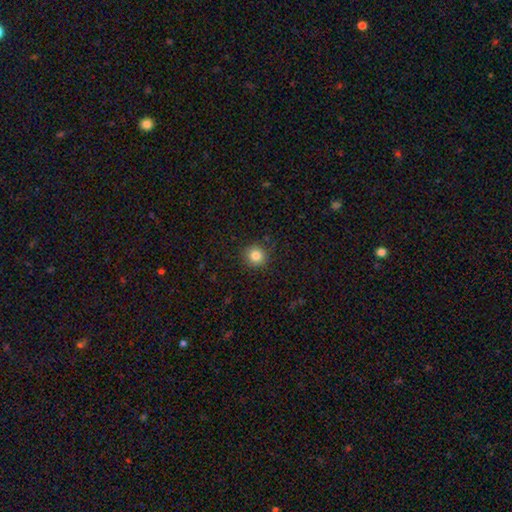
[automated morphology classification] Smooth or featured?
  - smooth: 83% *
  - star or artifact: 11%
  - featured or disk: 6%
How rounded?
  - round: 93% *
  - in between: 6%
  - cigar-shaped: 1%
Merging?
  - none: 90% *
  - minor disturbance: 7%
  - major disturbance: 2%
  - merger: 1%